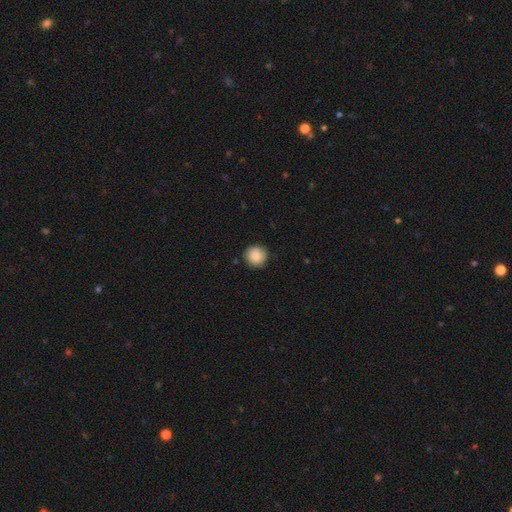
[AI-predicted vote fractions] The model was most divided on "merging": none: 85%, minor disturbance: 12%, major disturbance: 2%, merger: 1%. More confident: how rounded — round (94%); smooth or featured — smooth (86%).